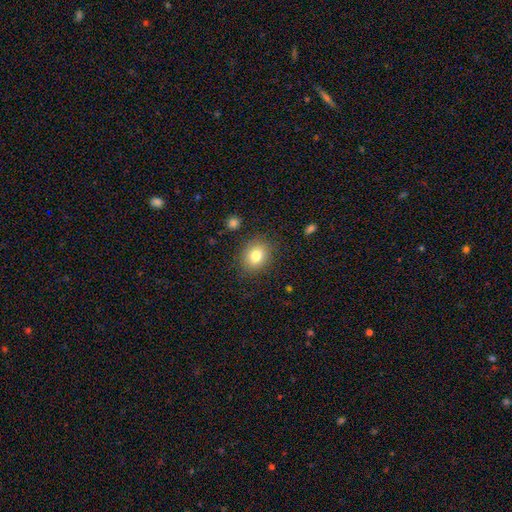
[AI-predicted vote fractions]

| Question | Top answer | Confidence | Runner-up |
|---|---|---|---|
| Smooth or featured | smooth | 80% | star or artifact (10%) |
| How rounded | round | 60% | in between (39%) |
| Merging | none | 85% | minor disturbance (10%) |